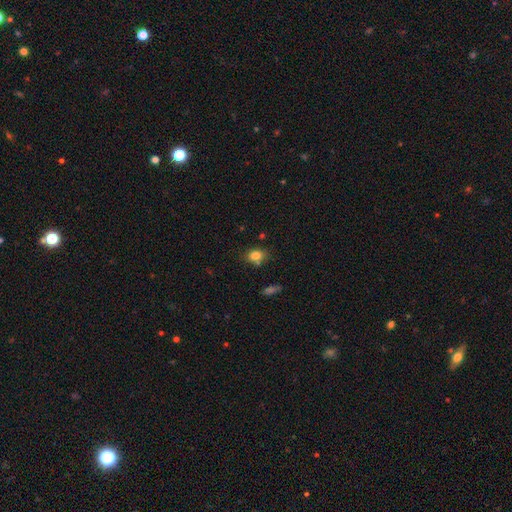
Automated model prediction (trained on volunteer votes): Smooth or featured? smooth (81%)
How rounded? in between (62%)
Merging? none (73%)